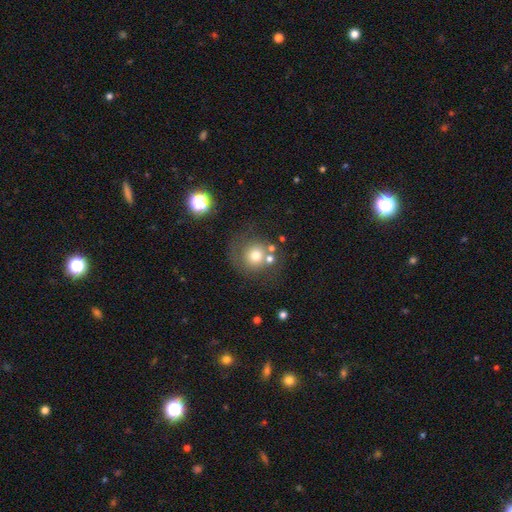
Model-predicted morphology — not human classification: Smooth or featured?
  - smooth: 64% *
  - featured or disk: 23%
  - star or artifact: 12%
How rounded?
  - round: 88% *
  - in between: 11%
  - cigar-shaped: 1%
Merging?
  - none: 53% *
  - merger: 17%
  - minor disturbance: 16%
  - major disturbance: 14%